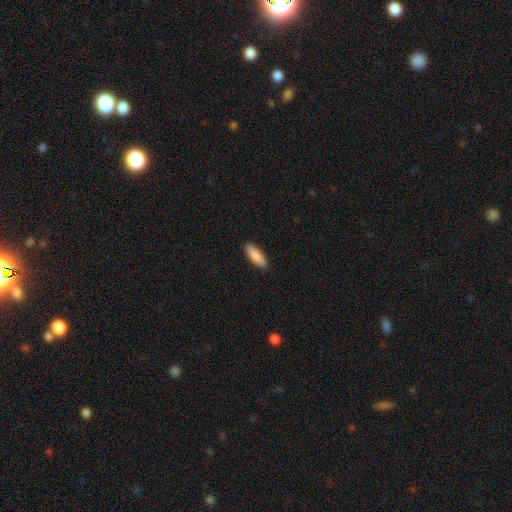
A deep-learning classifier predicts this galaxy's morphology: smooth 88%, featured or disk 6%, star or artifact 5%. Down the decision tree: how rounded — in between (60%); merging — none (90%).